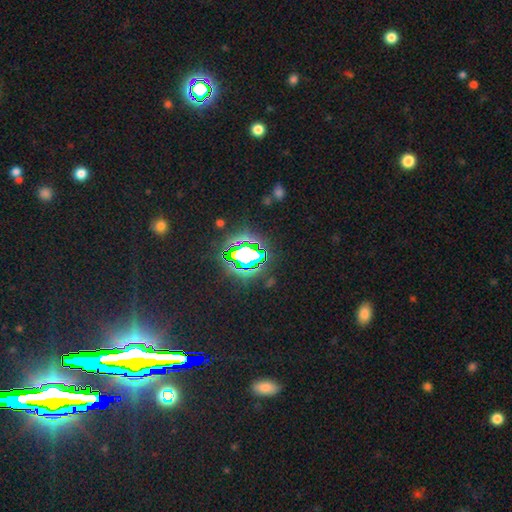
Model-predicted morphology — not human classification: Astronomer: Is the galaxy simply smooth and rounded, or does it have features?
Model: star or artifact — 72%.